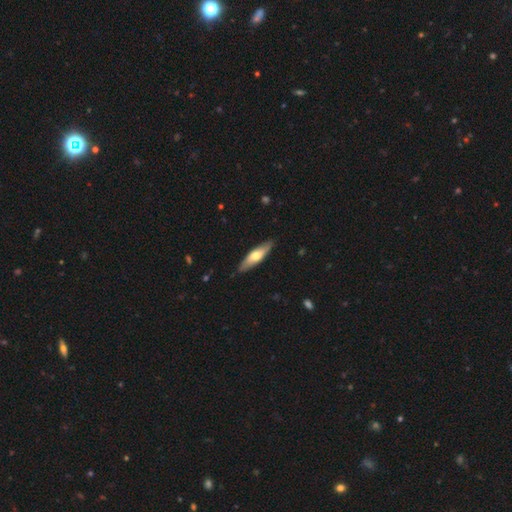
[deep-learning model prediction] smooth 54%, featured or disk 41%, star or artifact 5%. Down the decision tree: how rounded — cigar-shaped (63%); merging — none (87%).